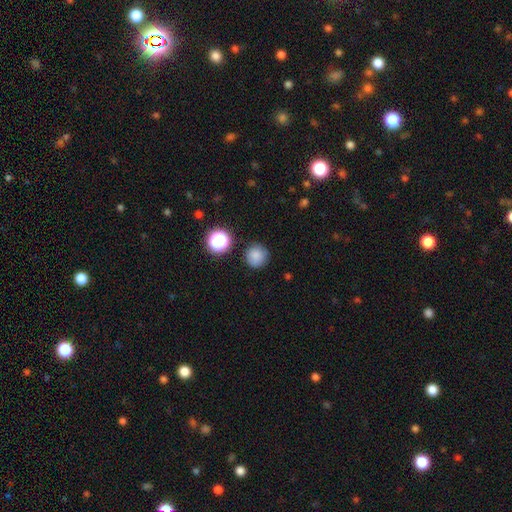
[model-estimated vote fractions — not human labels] A smooth galaxy with no disk features (81%) that is round (94%).

Vote fractions:
- Smooth or featured? smooth: 81% / star or artifact: 13% / featured or disk: 6%
- How rounded? round: 94% / in between: 5% / cigar-shaped: 1%
- Merging? none: 86% / minor disturbance: 9% / merger: 3% / major disturbance: 3%